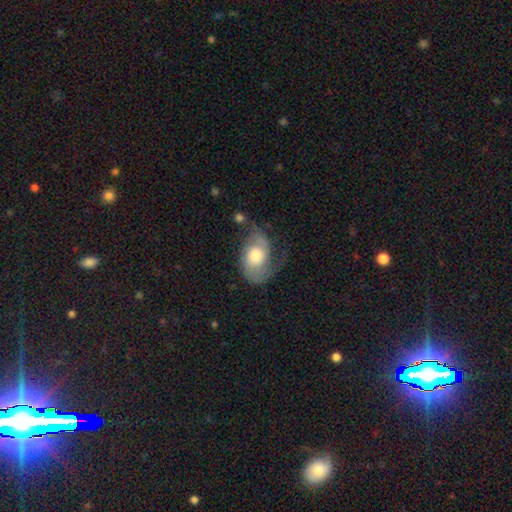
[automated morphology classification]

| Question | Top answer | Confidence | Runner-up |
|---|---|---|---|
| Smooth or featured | featured or disk | 72% | smooth (22%) |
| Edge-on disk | no | 97% | yes (3%) |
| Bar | no | 70% | weak (26%) |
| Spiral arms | yes | 92% | no (8%) |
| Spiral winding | medium | 45% | loose (31%) |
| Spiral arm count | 2 | 80% | 1 (10%) |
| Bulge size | moderate | 52% | large (30%) |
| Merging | none | 46% | minor disturbance (27%) |